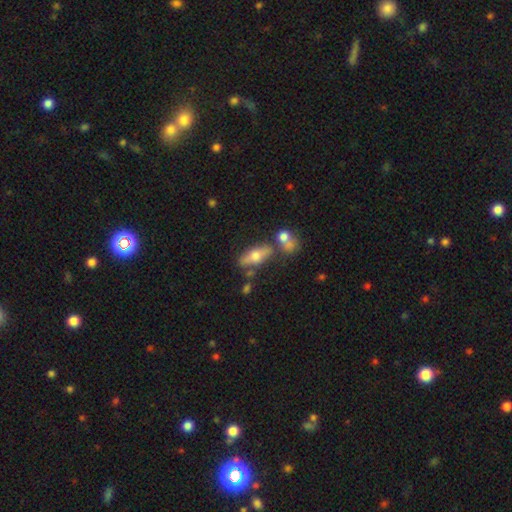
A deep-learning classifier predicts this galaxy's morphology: Q: Smooth or featured?
A: smooth (50%); runner-up: featured or disk (41%)
Q: How rounded?
A: in between (59%); runner-up: cigar-shaped (36%)
Q: Merging?
A: none (57%); runner-up: merger (21%)